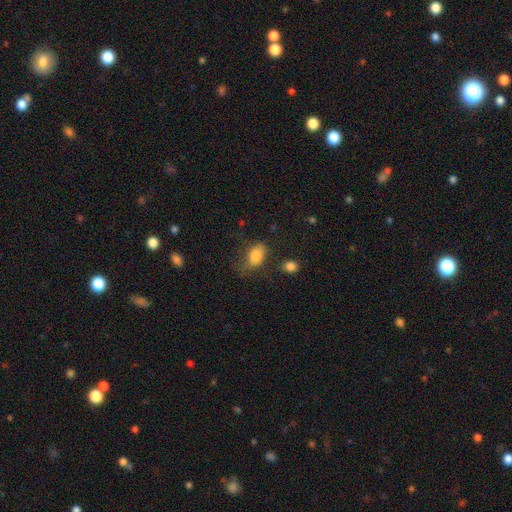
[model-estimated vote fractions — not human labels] Morphology: type=smooth (84%); roundness=in between (88%); merging=none (54%).